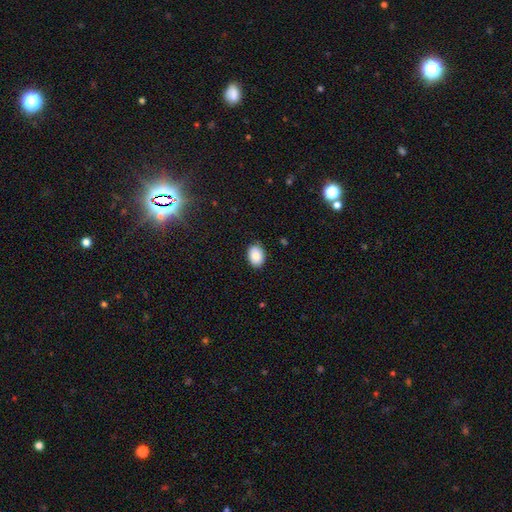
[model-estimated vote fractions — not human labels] smooth-or-featured: smooth: 88% | star or artifact: 7% | featured or disk: 5%
  how-rounded: in between: 76% | round: 23% | cigar-shaped: 1%
  merging: none: 86% | minor disturbance: 11% | major disturbance: 2% | merger: 1%